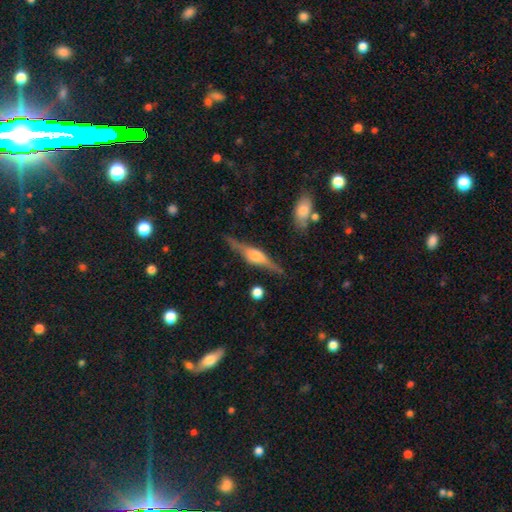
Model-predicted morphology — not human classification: A featured or disk galaxy (80%) viewed edge-on (97%) with a rounded central bulge (81%). Merging: none (85%).